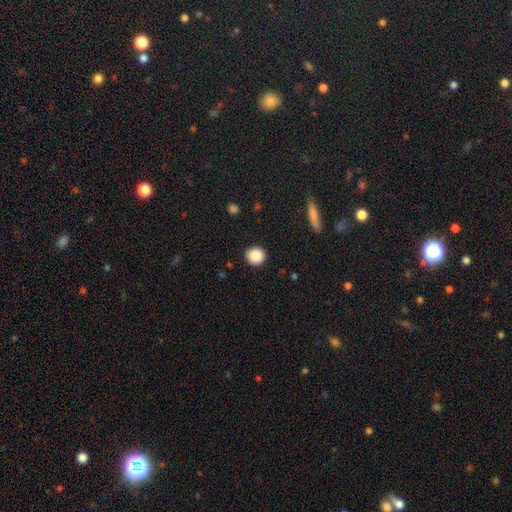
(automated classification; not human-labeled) A smooth galaxy with no disk features (88%) that is round (90%).

Vote fractions:
- Smooth or featured? smooth: 88% / star or artifact: 9% / featured or disk: 3%
- How rounded? round: 90% / in between: 9% / cigar-shaped: 1%
- Merging? none: 90% / minor disturbance: 7% / major disturbance: 2% / merger: 1%